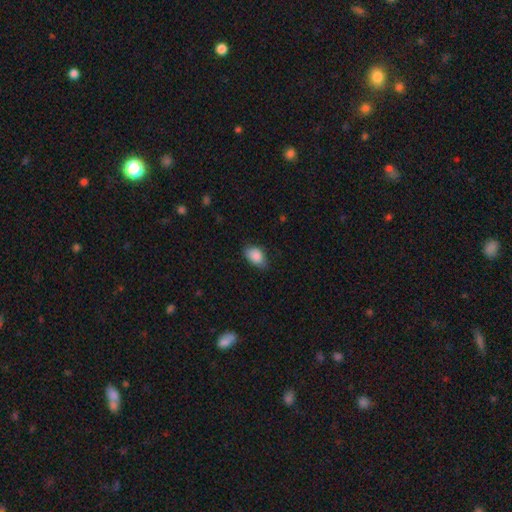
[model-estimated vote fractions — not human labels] This appears to be a smooth galaxy with no disk features (88%) that is in between round and cigar-shaped (87%). Merging: none (66%).